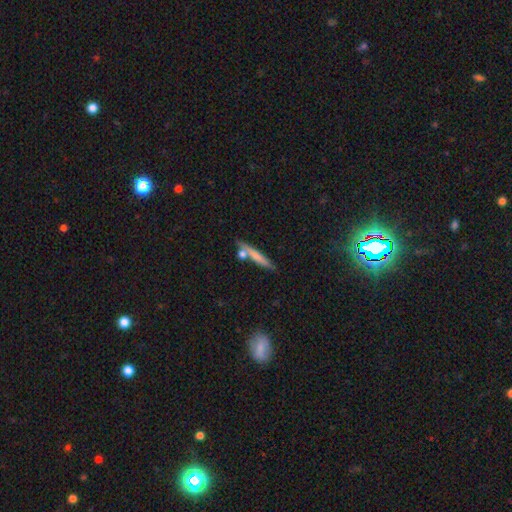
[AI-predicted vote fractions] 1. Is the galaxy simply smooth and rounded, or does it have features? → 66% smooth, 27% featured or disk, 8% star or artifact.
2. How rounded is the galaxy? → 90% cigar-shaped, 7% in between, 3% round.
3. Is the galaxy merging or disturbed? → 69% none, 16% merger, 12% minor disturbance, 3% major disturbance.